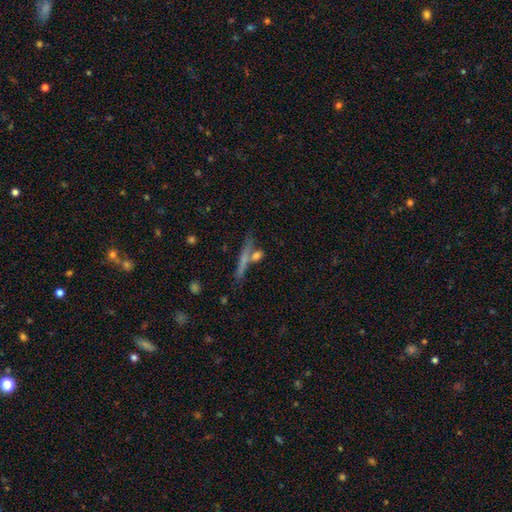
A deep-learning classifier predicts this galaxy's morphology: Q: Smooth or featured?
A: smooth (60%); runner-up: featured or disk (29%)
Q: How rounded?
A: cigar-shaped (64%); runner-up: in between (21%)
Q: Merging?
A: none (54%); runner-up: merger (29%)